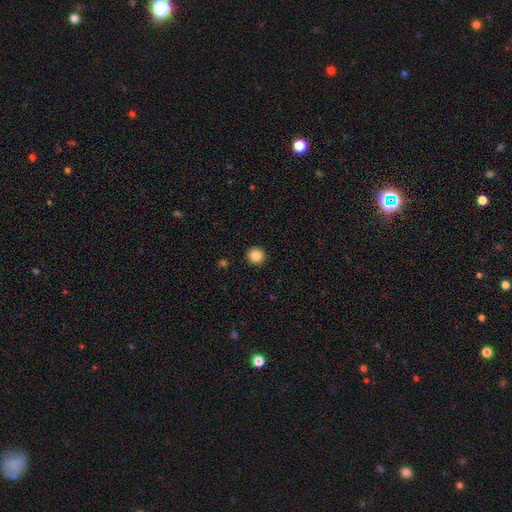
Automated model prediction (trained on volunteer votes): Morphology: type=smooth (85%); roundness=round (94%); merging=none (93%).